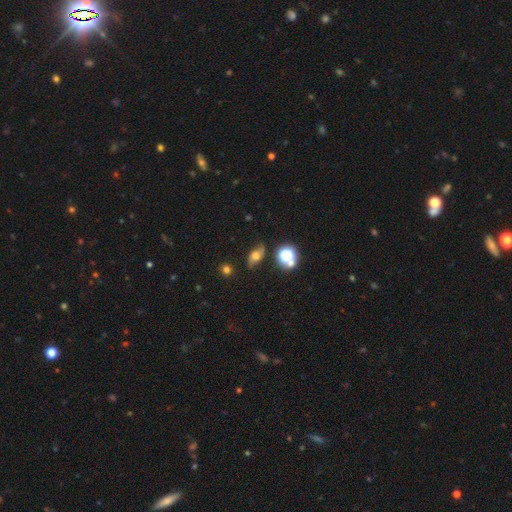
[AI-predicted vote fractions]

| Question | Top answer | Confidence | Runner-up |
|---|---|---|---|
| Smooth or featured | featured or disk | 45% | smooth (40%) |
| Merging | none | 71% | minor disturbance (20%) |